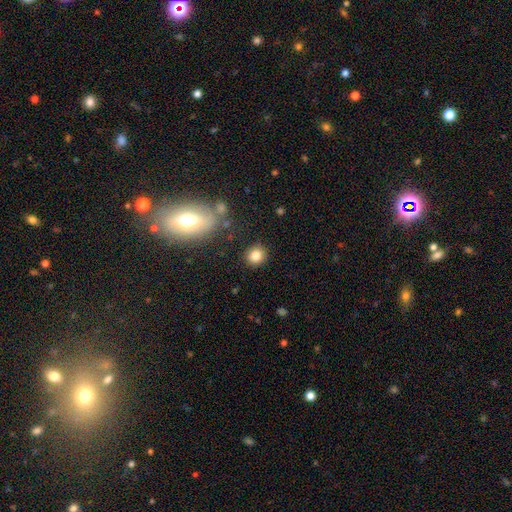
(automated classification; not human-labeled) This appears to be a smooth galaxy with no disk features (82%) that is round (87%). Merging: none (88%).